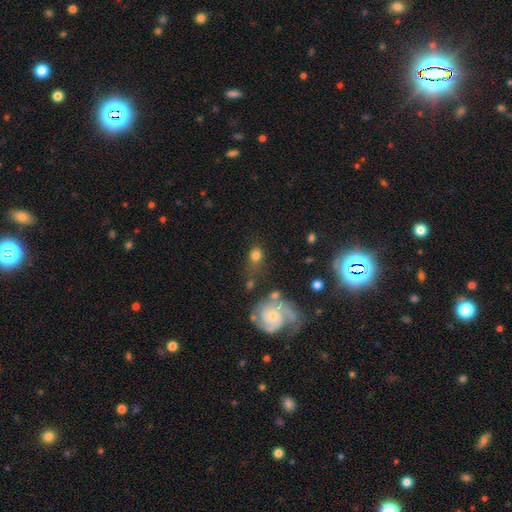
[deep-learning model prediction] Smooth or featured? Predicted: smooth (p=0.63). How rounded? Predicted: round (p=0.54). Merging? Predicted: none (p=0.51).